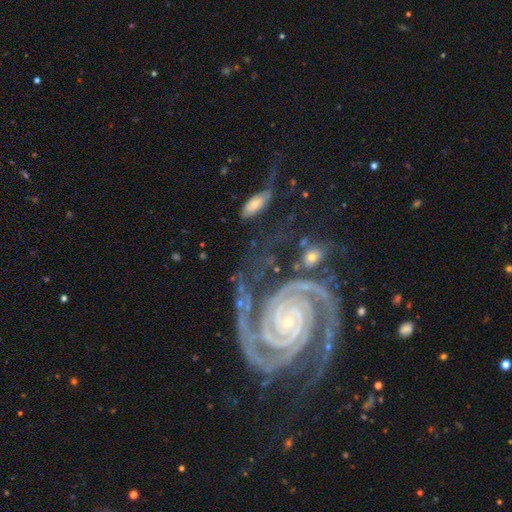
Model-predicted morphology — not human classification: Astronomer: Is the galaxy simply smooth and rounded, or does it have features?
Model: featured or disk — 92%.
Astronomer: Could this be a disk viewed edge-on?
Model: no — 98%.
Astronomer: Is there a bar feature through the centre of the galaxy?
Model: no — 61%.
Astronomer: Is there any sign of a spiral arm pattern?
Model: yes — 99%.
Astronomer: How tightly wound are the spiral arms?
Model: tight — 66%.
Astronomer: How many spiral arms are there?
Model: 2 — 89%.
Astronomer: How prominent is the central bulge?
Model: small — 79%.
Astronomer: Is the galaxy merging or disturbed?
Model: none — 65%.